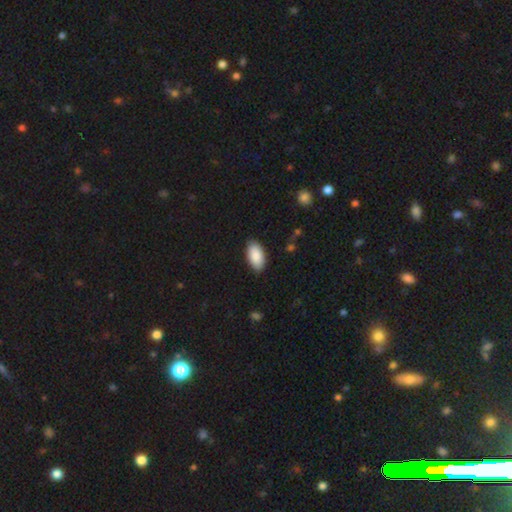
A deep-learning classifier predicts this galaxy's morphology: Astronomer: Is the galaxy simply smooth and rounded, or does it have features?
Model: smooth — 90%.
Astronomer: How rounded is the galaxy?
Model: in between — 95%.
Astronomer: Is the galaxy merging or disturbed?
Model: none — 86%.